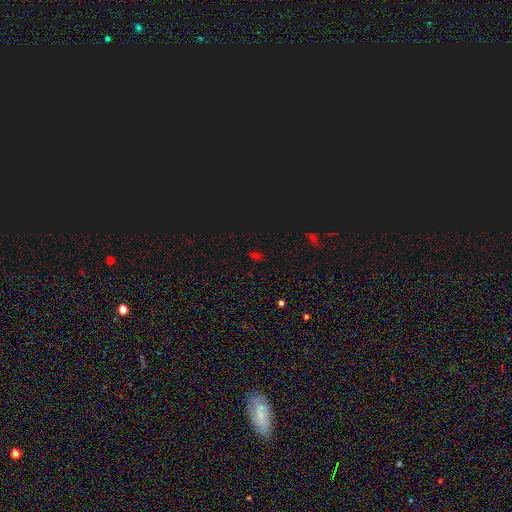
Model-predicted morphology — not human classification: Smooth or featured? Predicted: star or artifact (p=0.58).